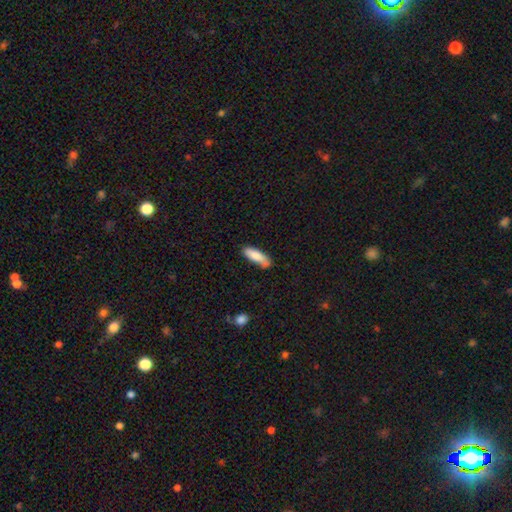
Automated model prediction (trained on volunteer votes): smooth 84%, featured or disk 10%, star or artifact 6%. Down the decision tree: how rounded — in between (51%); merging — none (69%).